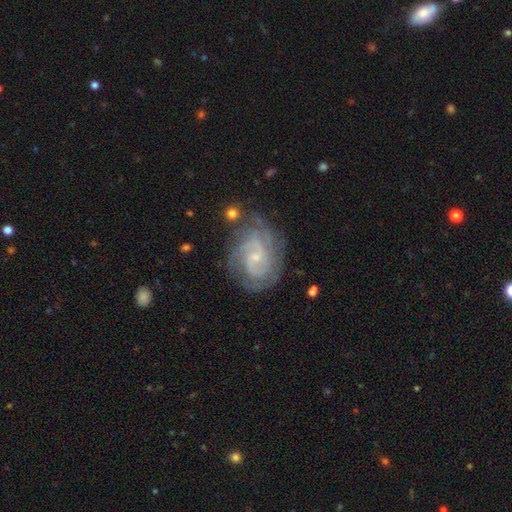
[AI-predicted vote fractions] A featured or disk galaxy (85%) with no bar (55%), 2 (33%) tight (60%) spiral arms (96%) and a small central bulge (77%).

Vote fractions:
- Smooth or featured? featured or disk: 85% / smooth: 8% / star or artifact: 7%
- Edge-on disk? no: 98% / yes: 2%
- Bar? no: 55% / weak: 38% / strong: 8%
- Spiral arms? yes: 96% / no: 4%
- Spiral winding? tight: 60% / medium: 33% / loose: 7%
- Spiral arm count? 2: 33% / can't tell: 24% / 3: 22% / 4: 10% / more than 4: 5% / 1: 5%
- Bulge size? small: 77% / moderate: 17% / none: 3% / large: 1% / dominant: 1%
- Merging? none: 72% / minor disturbance: 18% / major disturbance: 7% / merger: 3%